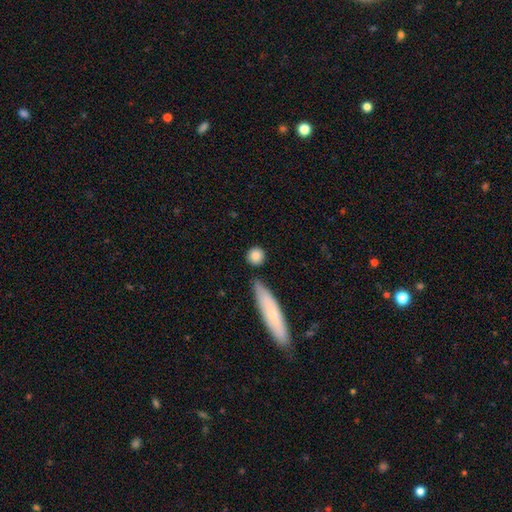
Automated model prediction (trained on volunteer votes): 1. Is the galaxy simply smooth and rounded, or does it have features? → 85% smooth, 8% featured or disk, 7% star or artifact.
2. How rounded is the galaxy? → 88% round, 8% in between, 4% cigar-shaped.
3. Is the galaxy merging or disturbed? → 80% none, 10% minor disturbance, 6% merger, 3% major disturbance.